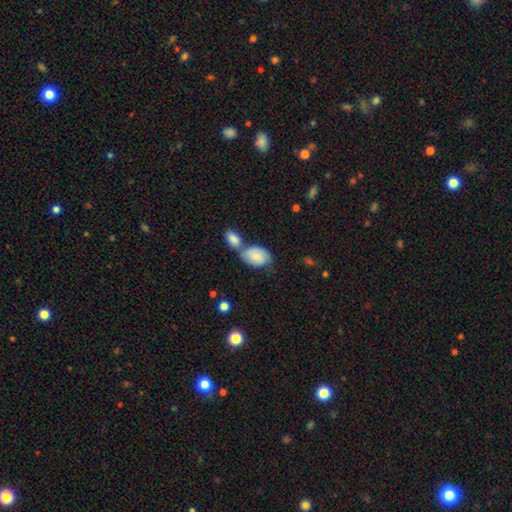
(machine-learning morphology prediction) Q: Smooth or featured?
A: smooth (64%); runner-up: featured or disk (29%)
Q: How rounded?
A: in between (85%); runner-up: round (13%)
Q: Merging?
A: merger (52%); runner-up: none (26%)